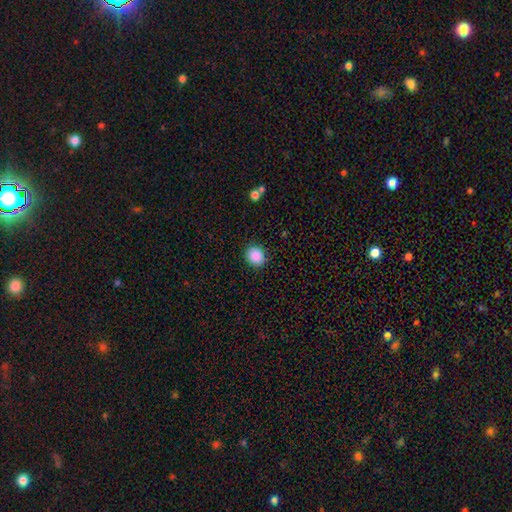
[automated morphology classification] This appears to be a smooth galaxy with no disk features (88%) that is round (80%). Merging: none (90%).